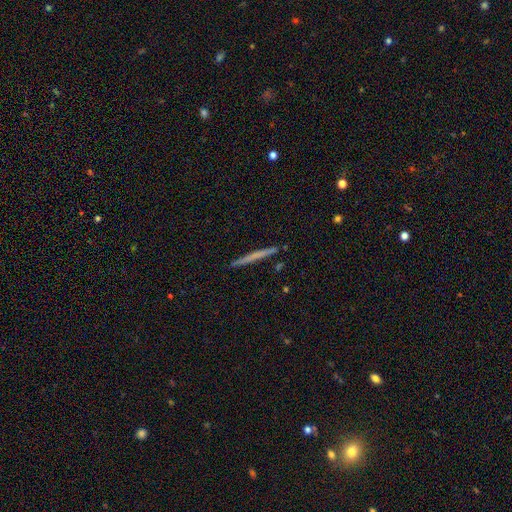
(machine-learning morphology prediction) Smooth or featured: smooth — 54% (featured or disk — 40%)
How rounded: cigar-shaped — 97% (in between — 2%)
Merging: none — 92% (minor disturbance — 6%)